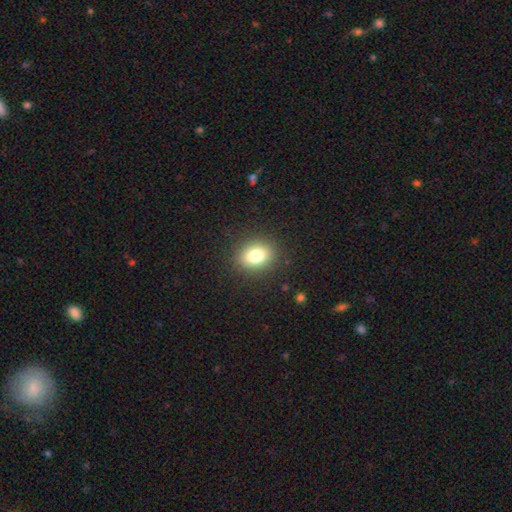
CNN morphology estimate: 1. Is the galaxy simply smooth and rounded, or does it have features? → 79% smooth, 11% star or artifact, 10% featured or disk.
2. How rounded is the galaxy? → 53% in between, 46% round, 1% cigar-shaped.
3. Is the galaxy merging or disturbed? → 88% none, 8% minor disturbance, 3% major disturbance, 1% merger.